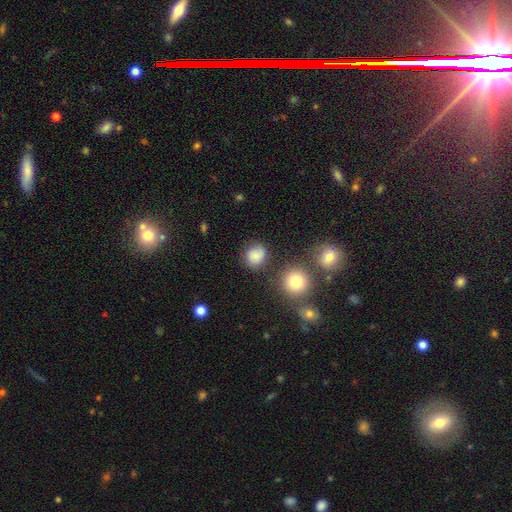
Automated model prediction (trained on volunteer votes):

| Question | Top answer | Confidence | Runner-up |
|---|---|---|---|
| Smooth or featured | smooth | 79% | star or artifact (12%) |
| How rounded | round | 78% | in between (21%) |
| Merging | none | 74% | minor disturbance (16%) |